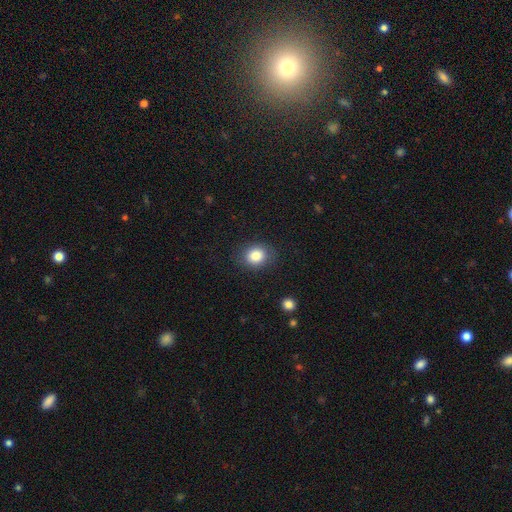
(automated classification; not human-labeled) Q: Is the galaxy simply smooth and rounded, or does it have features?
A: smooth — 85%.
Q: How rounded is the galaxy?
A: round — 58%.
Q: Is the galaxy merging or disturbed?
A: none — 83%.